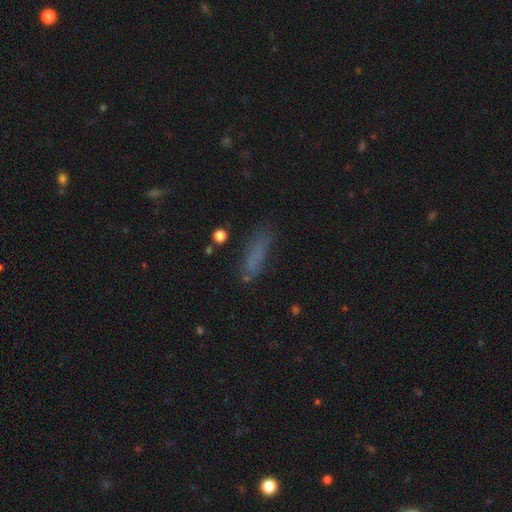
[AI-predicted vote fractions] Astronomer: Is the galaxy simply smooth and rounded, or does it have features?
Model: smooth — 71%.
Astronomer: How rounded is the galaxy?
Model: cigar-shaped — 61% (runner-up: in between, 36%).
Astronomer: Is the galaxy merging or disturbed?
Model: none — 67%.